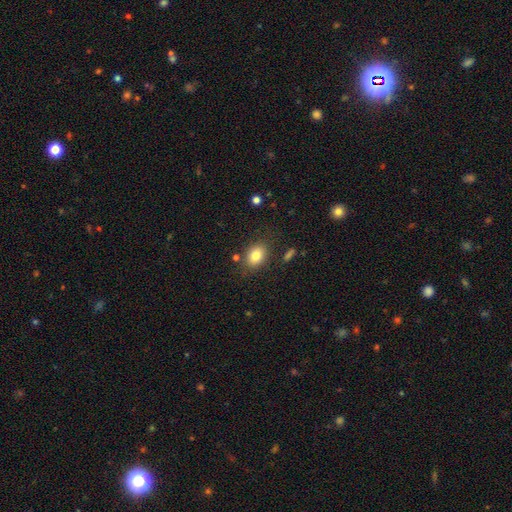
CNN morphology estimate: This appears to be a smooth galaxy with no disk features (81%) that is in between round and cigar-shaped (69%). Merging: none (80%).